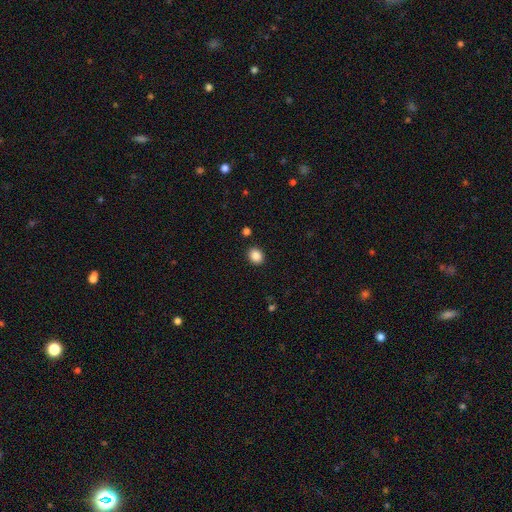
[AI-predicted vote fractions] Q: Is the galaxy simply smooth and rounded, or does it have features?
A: smooth — 87%.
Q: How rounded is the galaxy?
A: round — 58%.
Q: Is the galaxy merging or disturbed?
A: none — 90%.